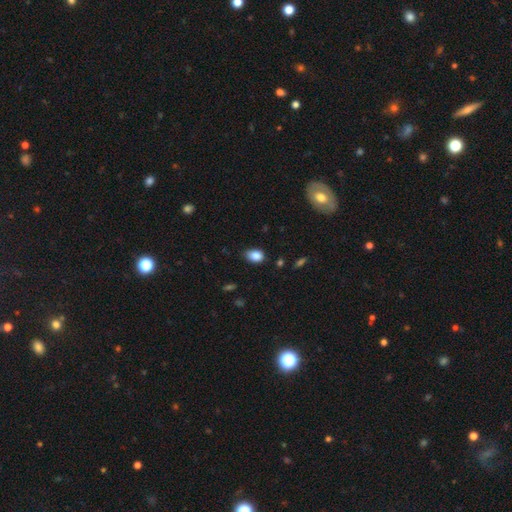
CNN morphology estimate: Smooth or featured?
  - smooth: 86% *
  - star or artifact: 9%
  - featured or disk: 5%
How rounded?
  - in between: 79% *
  - round: 19%
  - cigar-shaped: 1%
Merging?
  - none: 73% *
  - minor disturbance: 22%
  - major disturbance: 3%
  - merger: 2%